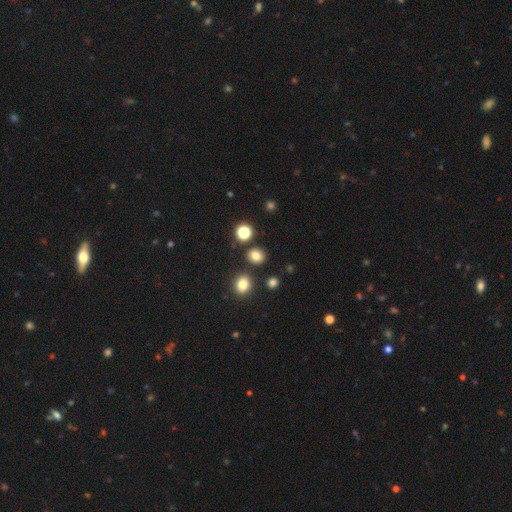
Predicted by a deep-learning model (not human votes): A smooth galaxy with no disk features (78%) that is round (74%). Merging: none (84%).